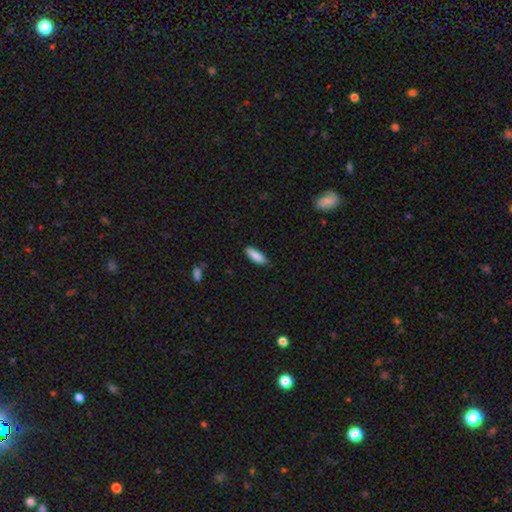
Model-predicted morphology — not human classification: Smooth or featured? smooth (86%)
How rounded? in between (56%)
Merging? none (83%)